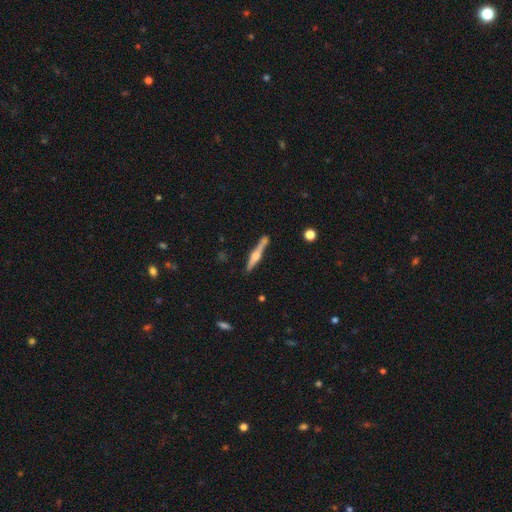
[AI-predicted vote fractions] The model was most divided on "smooth or featured": featured or disk: 66%, smooth: 28%, star or artifact: 6%. More confident: edge-on disk — yes (97%); edge-on bulge — rounded (86%); merging — none (75%).